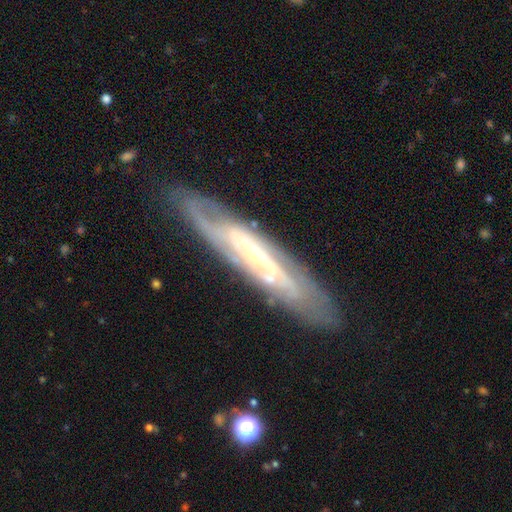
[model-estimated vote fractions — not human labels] smooth-or-featured: featured or disk: 82% | smooth: 13% | star or artifact: 6%
  disk-edge-on: no: 66% | yes: 34%
    bar: no: 46% | weak: 33% | strong: 21%
    has-spiral-arms: yes: 89% | no: 11%
    bulge-size: small: 72% | moderate: 22% | none: 3% | large: 2% | dominant: 1%
  merging: none: 81% | minor disturbance: 14% | major disturbance: 4% | merger: 2%